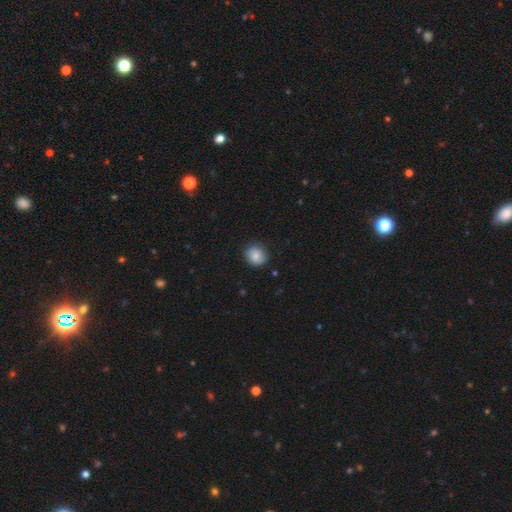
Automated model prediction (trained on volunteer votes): This is clearly a smooth galaxy (83%). How rounded: likely round (79%). Merging: clearly none (84%).